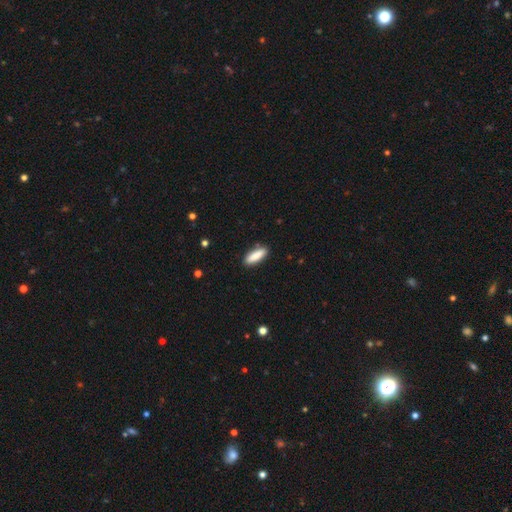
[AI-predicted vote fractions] This is clearly a smooth galaxy (86%). How rounded: possibly cigar-shaped (54%). Merging: clearly none (87%).